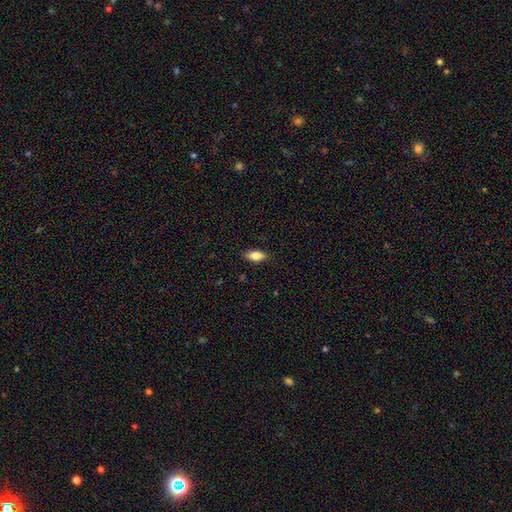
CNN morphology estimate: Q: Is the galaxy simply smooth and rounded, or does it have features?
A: smooth — 81%.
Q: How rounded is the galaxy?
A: in between — 84%.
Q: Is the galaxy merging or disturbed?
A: none — 87%.